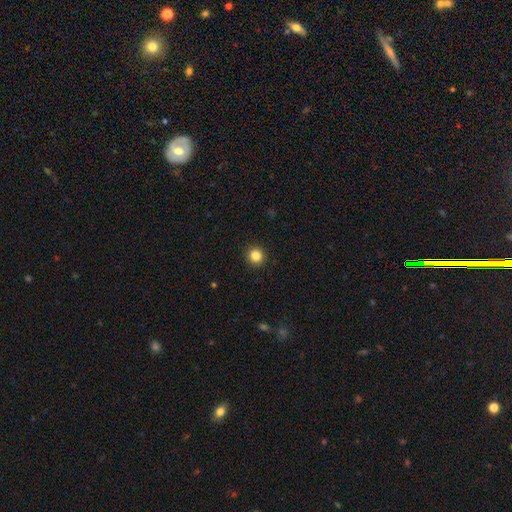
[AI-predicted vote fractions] Q: Smooth or featured?
A: smooth (85%); runner-up: star or artifact (11%)
Q: How rounded?
A: round (93%); runner-up: in between (6%)
Q: Merging?
A: none (92%); runner-up: minor disturbance (5%)